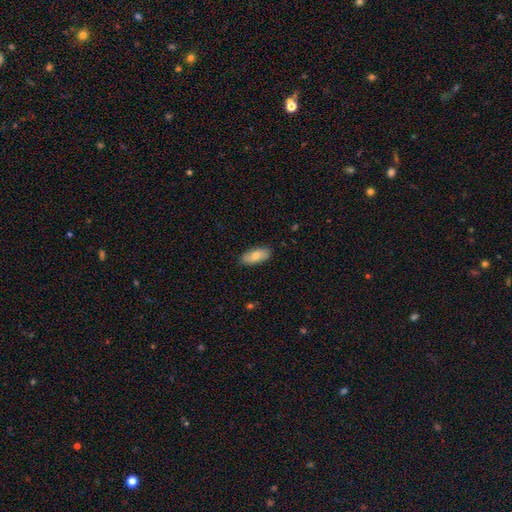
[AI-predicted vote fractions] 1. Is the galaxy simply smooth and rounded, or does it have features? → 73% smooth, 20% featured or disk, 6% star or artifact.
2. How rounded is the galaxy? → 86% in between, 11% cigar-shaped, 3% round.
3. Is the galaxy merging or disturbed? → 88% none, 9% minor disturbance, 2% major disturbance, 1% merger.